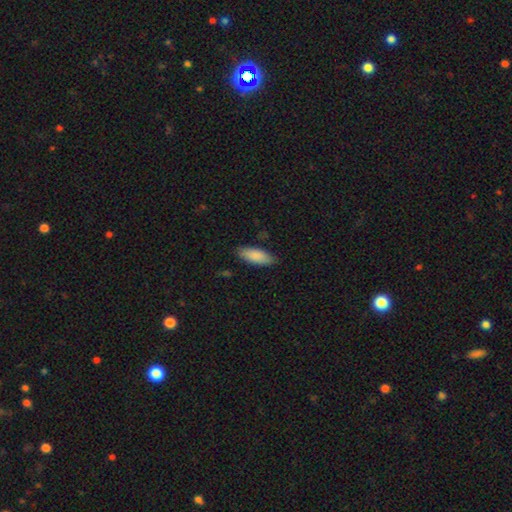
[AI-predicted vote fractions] Overall: smooth (88%). How rounded: in between (76%). Merging: none (83%).